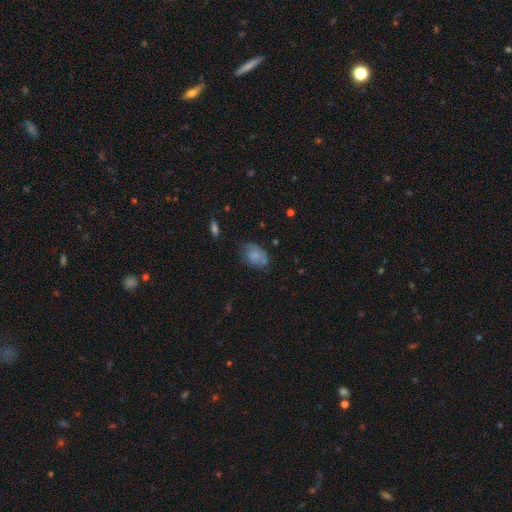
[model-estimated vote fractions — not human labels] This appears to be a smooth galaxy with no disk features (74%) that is in between round and cigar-shaped (78%). Merging: none (54%).